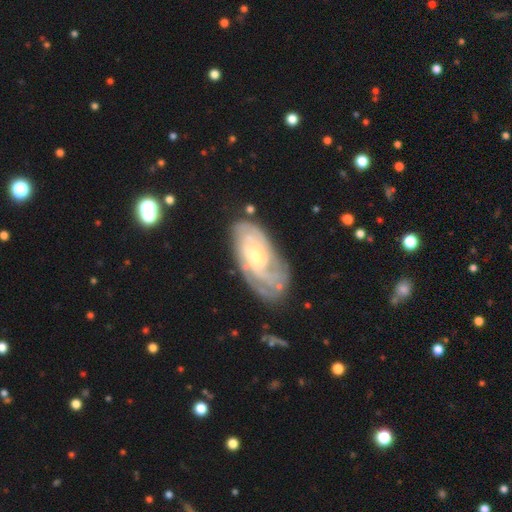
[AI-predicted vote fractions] A featured or disk galaxy (80%) with no bar (72%), tight (67%) spiral arms (93%) and a small central bulge (65%).

Vote fractions:
- Smooth or featured? featured or disk: 80% / smooth: 14% / star or artifact: 5%
- Edge-on disk? no: 95% / yes: 5%
- Bar? no: 72% / weak: 24% / strong: 5%
- Spiral arms? yes: 93% / no: 7%
- Spiral winding? tight: 67% / medium: 26% / loose: 7%
- Spiral arm count? can't tell: 43% / 2: 21% / 3: 17% / 4: 9% / 1: 5% / more than 4: 5%
- Bulge size? small: 65% / moderate: 29% / none: 2% / large: 2% / dominant: 1%
- Merging? none: 66% / minor disturbance: 22% / major disturbance: 10% / merger: 3%